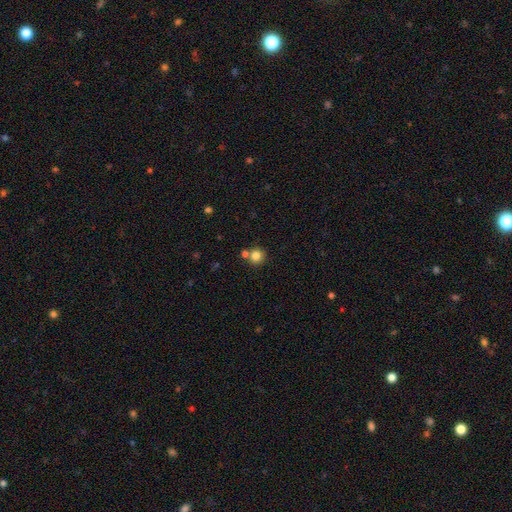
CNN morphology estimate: Smooth or featured? smooth (82%)
How rounded? round (91%)
Merging? none (69%)